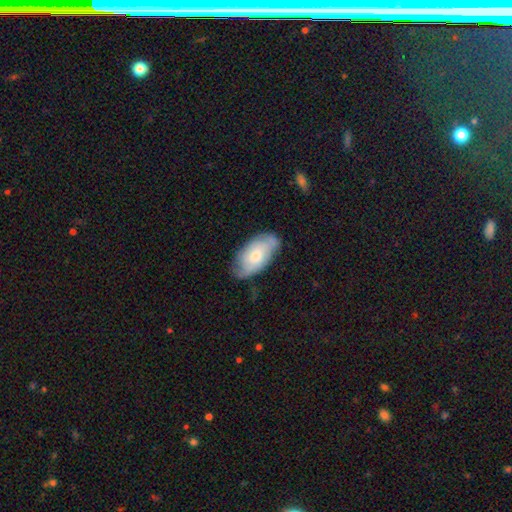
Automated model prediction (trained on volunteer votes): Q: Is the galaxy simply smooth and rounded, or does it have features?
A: smooth — 49%.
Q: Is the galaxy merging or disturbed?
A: none — 67%.